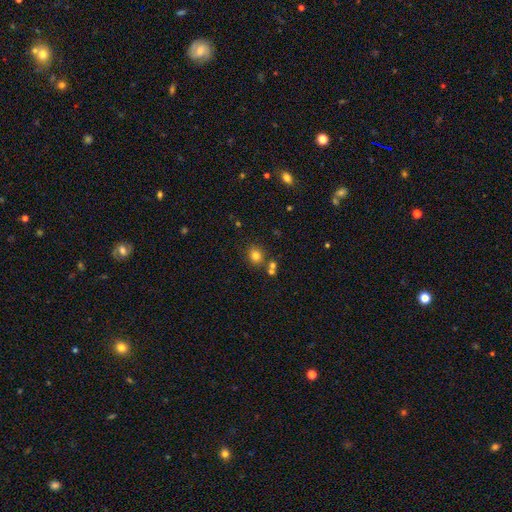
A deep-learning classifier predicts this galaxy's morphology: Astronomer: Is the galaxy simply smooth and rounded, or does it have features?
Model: smooth — 79%.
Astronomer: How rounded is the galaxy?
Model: round — 70%.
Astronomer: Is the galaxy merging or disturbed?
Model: none — 73%.